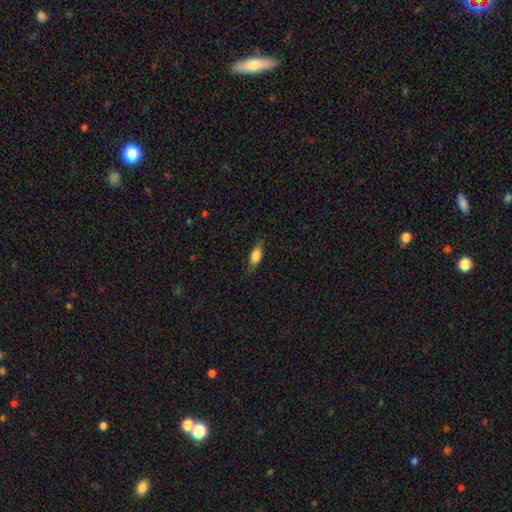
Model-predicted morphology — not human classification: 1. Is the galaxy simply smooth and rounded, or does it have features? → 74% smooth, 18% featured or disk, 8% star or artifact.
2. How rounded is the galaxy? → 76% in between, 20% cigar-shaped, 5% round.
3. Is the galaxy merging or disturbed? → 75% none, 19% minor disturbance, 5% major disturbance, 1% merger.